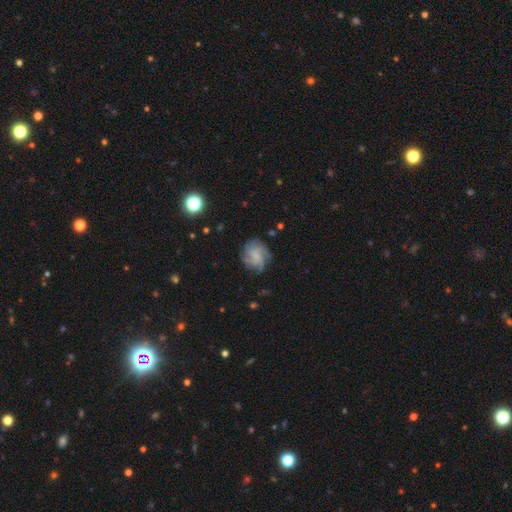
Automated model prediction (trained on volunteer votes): This appears to be a featured or disk galaxy (69%) with no bar (61%), 4 (29%) tight (43%) spiral arms (93%) and no central bulge (40%). Merging: none (76%).